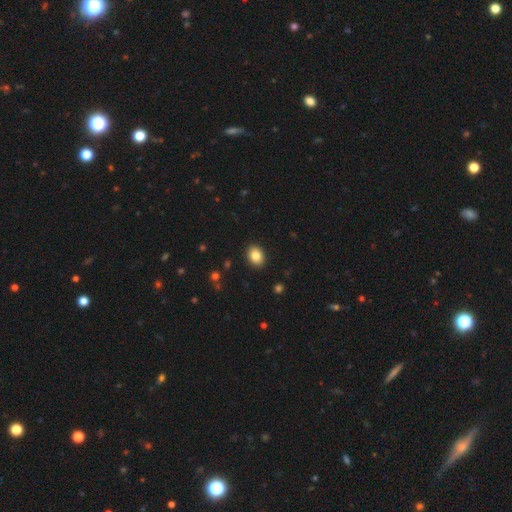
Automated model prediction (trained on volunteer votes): The model was most divided on "how rounded": in between: 68%, round: 31%, cigar-shaped: 1%. More confident: merging — none (91%); smooth or featured — smooth (85%).